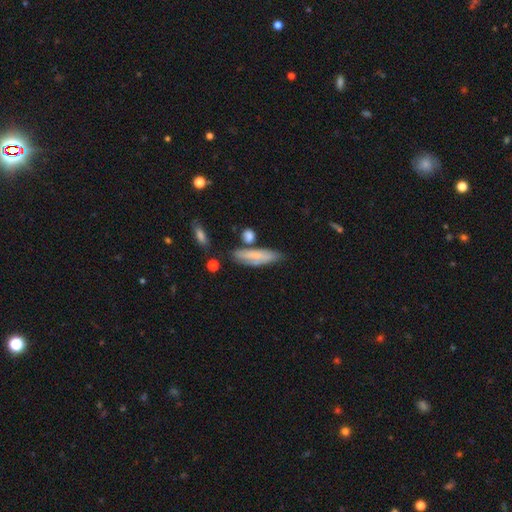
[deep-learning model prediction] Smooth or featured: smooth — 65% (featured or disk — 27%)
How rounded: cigar-shaped — 65% (in between — 32%)
Merging: none — 65% (minor disturbance — 20%)